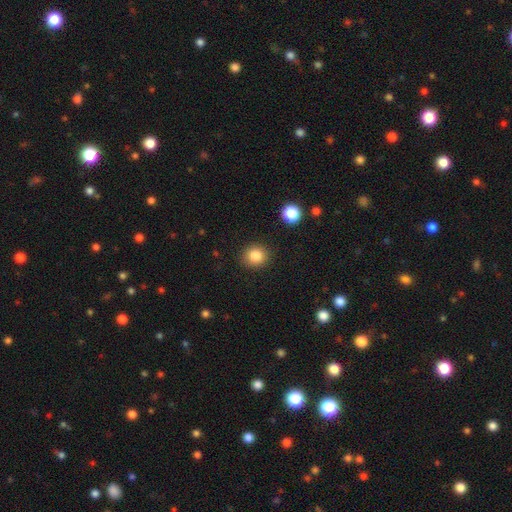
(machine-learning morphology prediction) This appears to be a smooth galaxy with no disk features (84%) that is round (81%). Merging: none (88%).